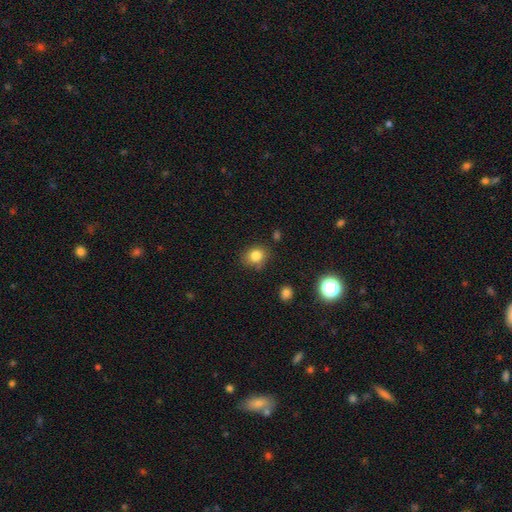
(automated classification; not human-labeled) Morphology: type=smooth (82%); roundness=round (70%); merging=none (78%).